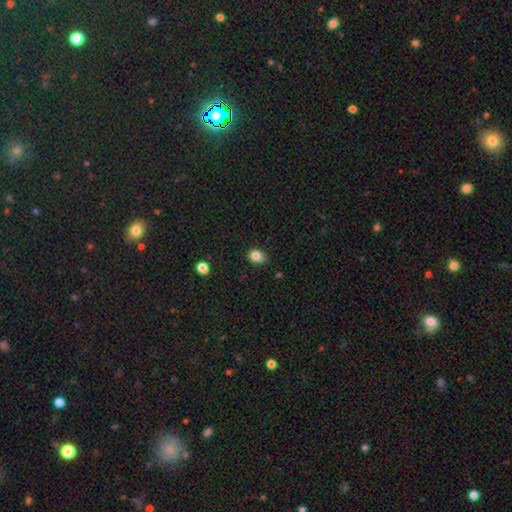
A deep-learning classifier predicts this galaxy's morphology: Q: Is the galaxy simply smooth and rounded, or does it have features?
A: smooth — 82%.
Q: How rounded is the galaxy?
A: round — 51%.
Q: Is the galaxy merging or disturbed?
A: none — 70%.